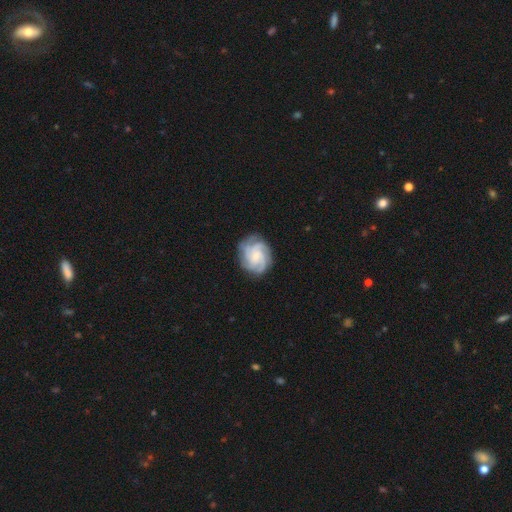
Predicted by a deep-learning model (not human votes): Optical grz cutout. It shows a featured or disk galaxy (81%) with no bar (70%), 4 (39%) tight (58%) spiral arms (97%) and a small central bulge (62%). Merging: none (79%).